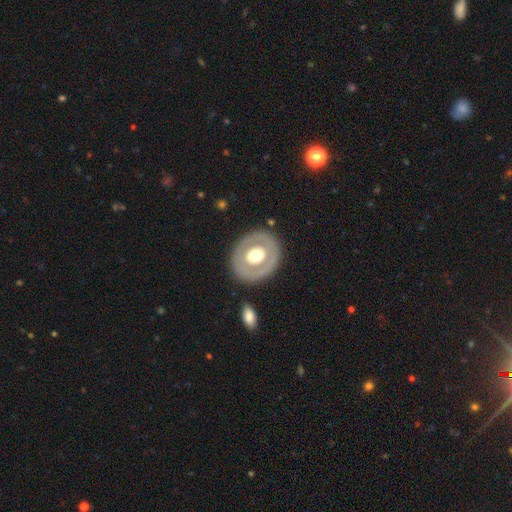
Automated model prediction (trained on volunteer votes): The model was most divided on "bulge size": moderate: 51%, large: 42%, dominant: 4%, small: 3%, none: 1%. More confident: edge-on disk — no (94%); spiral arms — no (92%); bar — no (85%); merging — none (83%); smooth or featured — featured or disk (54%).